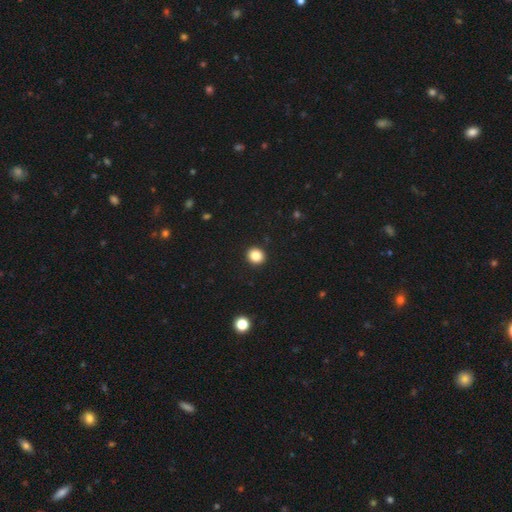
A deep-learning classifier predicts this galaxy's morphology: Smooth or featured? Predicted: smooth (p=0.86). How rounded? Predicted: round (p=0.85). Merging? Predicted: none (p=0.93).